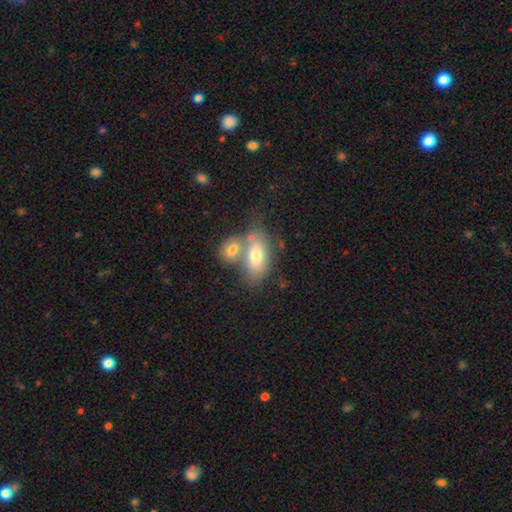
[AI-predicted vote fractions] Smooth or featured: smooth — 59% (featured or disk — 29%)
How rounded: in between — 82% (cigar-shaped — 10%)
Merging: merger — 48% (none — 35%)